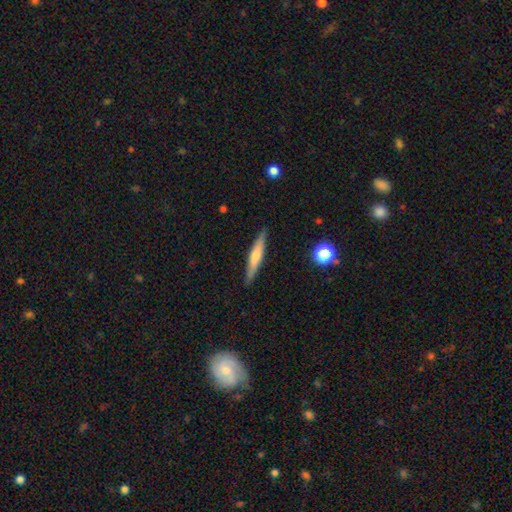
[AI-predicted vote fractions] Smooth or featured: featured or disk — 50% (smooth — 44%)
Edge-on disk: yes — 95% (no — 5%)
Merging: none — 89% (minor disturbance — 8%)